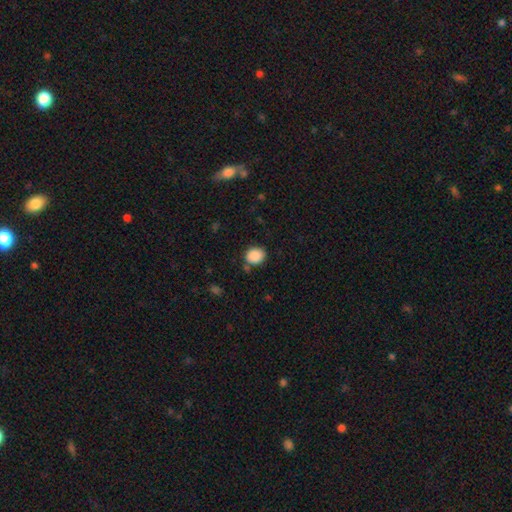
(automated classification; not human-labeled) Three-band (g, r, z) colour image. It shows a smooth galaxy with no disk features (88%) that is round (71%). Merging: none (77%).